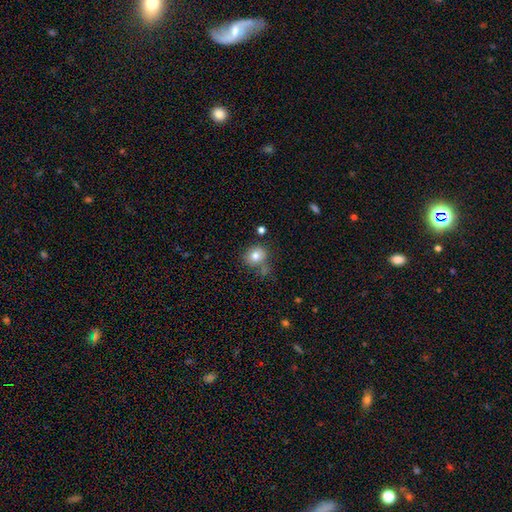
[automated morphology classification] Overall: smooth (79%). How rounded: round (67%; in between 32%). Merging: none (67%).